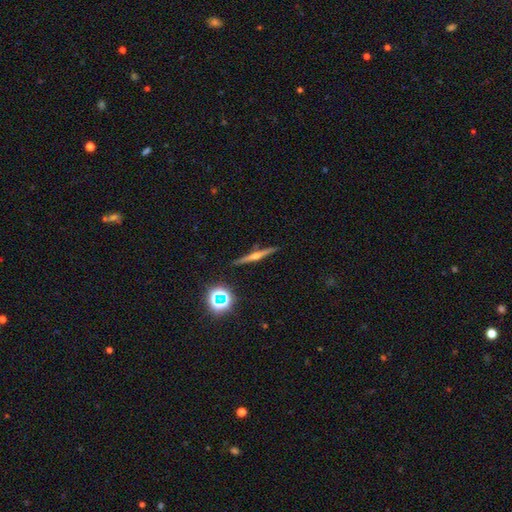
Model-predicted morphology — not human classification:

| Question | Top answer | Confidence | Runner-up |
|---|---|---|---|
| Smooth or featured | featured or disk | 69% | smooth (19%) |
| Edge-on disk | yes | 98% | no (2%) |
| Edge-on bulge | rounded | 86% | none (8%) |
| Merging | none | 91% | minor disturbance (6%) |